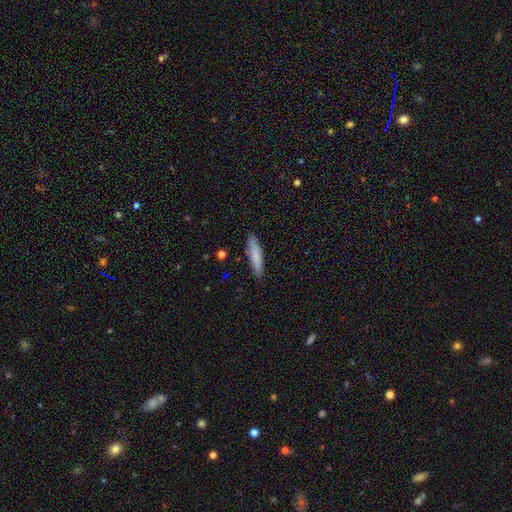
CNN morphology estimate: This appears to be a smooth galaxy with no disk features (78%) that is cigar-shaped (79%). Merging: none (86%).